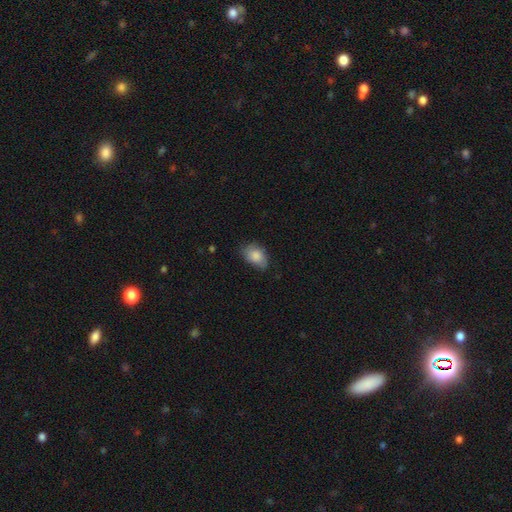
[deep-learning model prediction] The model was most divided on "merging": none: 61%, minor disturbance: 31%, major disturbance: 7%, merger: 1%. More confident: how rounded — in between (81%); smooth or featured — smooth (80%).